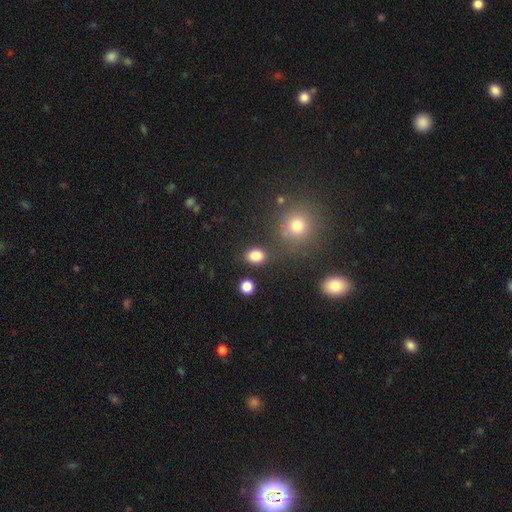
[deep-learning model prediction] Smooth or featured? Predicted: smooth (p=0.84). How rounded? Predicted: in between (p=0.58). Merging? Predicted: none (p=0.82).